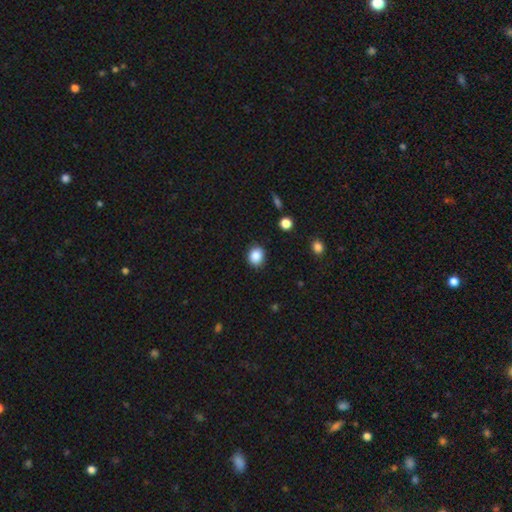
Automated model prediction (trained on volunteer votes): Smooth or featured: smooth — 87% (star or artifact — 10%)
How rounded: round — 66% (in between — 33%)
Merging: none — 85% (minor disturbance — 11%)